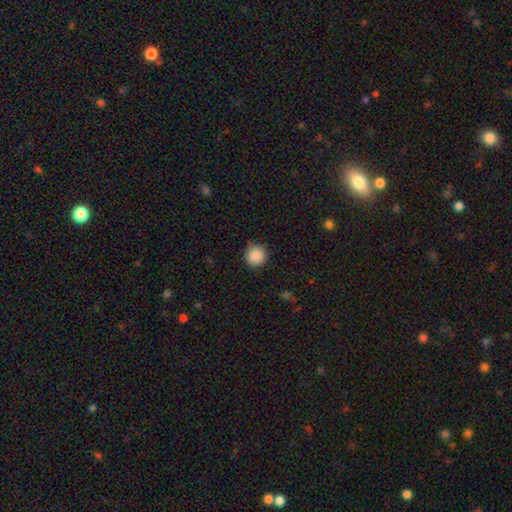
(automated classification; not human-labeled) Smooth or featured? Predicted: smooth (p=0.88). How rounded? Predicted: round (p=0.94). Merging? Predicted: none (p=0.86).